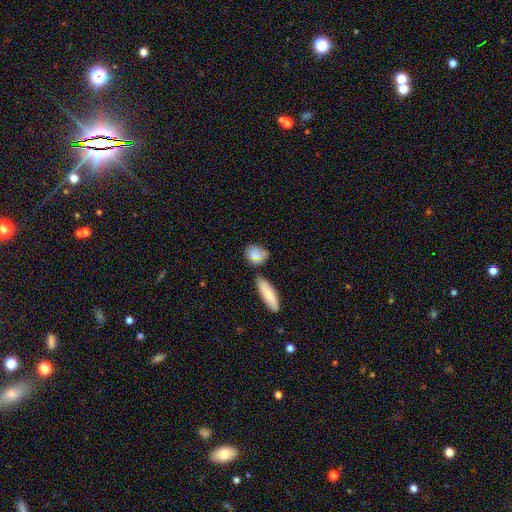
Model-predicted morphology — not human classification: Smooth or featured?
  - smooth: 78% *
  - featured or disk: 13%
  - star or artifact: 9%
How rounded?
  - in between: 57% *
  - round: 36%
  - cigar-shaped: 6%
Merging?
  - none: 63% *
  - minor disturbance: 19%
  - merger: 13%
  - major disturbance: 5%